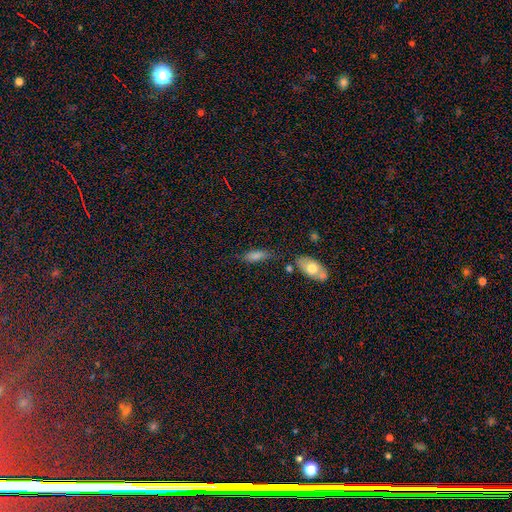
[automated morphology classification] Q: Smooth or featured?
A: smooth (71%); runner-up: featured or disk (18%)
Q: How rounded?
A: in between (66%); runner-up: cigar-shaped (31%)
Q: Merging?
A: none (59%); runner-up: minor disturbance (22%)